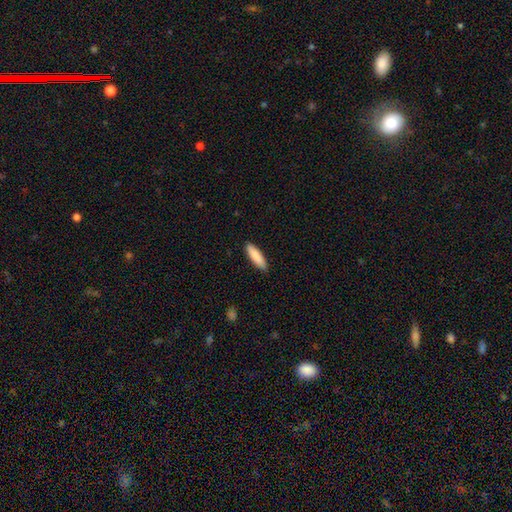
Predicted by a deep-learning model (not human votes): A smooth galaxy with no disk features (87%) that is cigar-shaped (65%). Merging: none (89%).